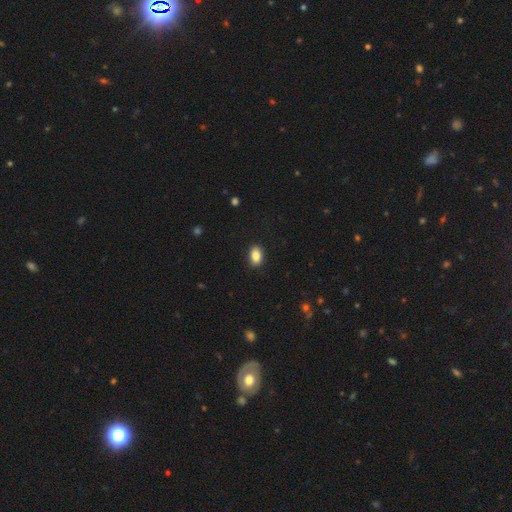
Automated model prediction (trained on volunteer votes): smooth_or_featured: smooth (p=0.87) [alt: star or artifact p=0.08]
how_rounded: in between (p=0.86) [alt: round p=0.12]
merging: none (p=0.89) [alt: minor disturbance p=0.08]